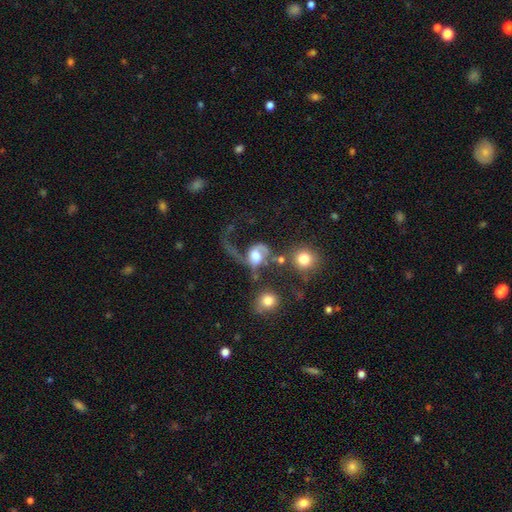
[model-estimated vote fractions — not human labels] smooth_or_featured: featured or disk (p=0.67) [alt: smooth p=0.24]
disk_edge_on: no (p=0.97) [alt: yes p=0.03]
bar: no (p=0.61) [alt: weak p=0.30]
has_spiral_arms: yes (p=0.85) [alt: no p=0.15]
spiral_winding: loose (p=0.75) [alt: medium p=0.20]
spiral_arm_count: 1 (p=0.59) [alt: 2 p=0.35]
bulge_size: large (p=0.40) [tied with: moderate p=0.40]
merging: major disturbance (p=0.53) [alt: merger p=0.19]